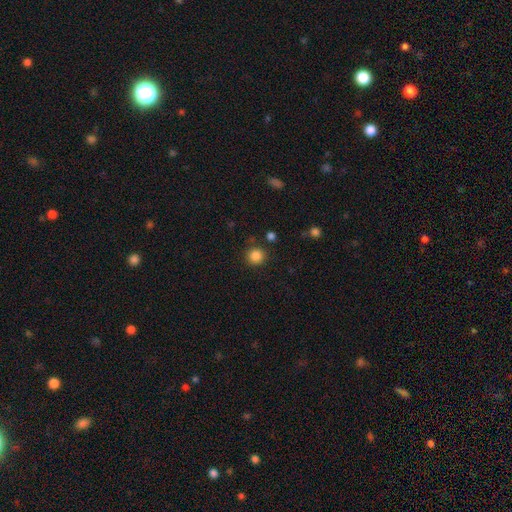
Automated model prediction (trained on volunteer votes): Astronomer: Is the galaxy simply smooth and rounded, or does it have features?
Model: smooth — 85%.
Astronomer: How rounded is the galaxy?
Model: round — 92%.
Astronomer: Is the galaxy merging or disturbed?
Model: none — 87%.